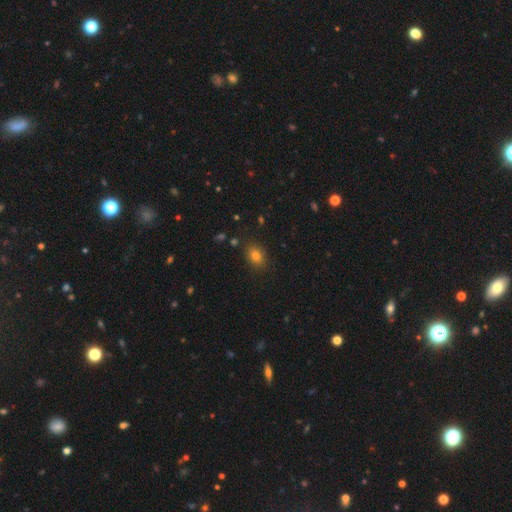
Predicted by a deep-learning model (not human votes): Smooth or featured: smooth — 80% (star or artifact — 13%)
How rounded: in between — 63% (round — 36%)
Merging: none — 85% (minor disturbance — 10%)